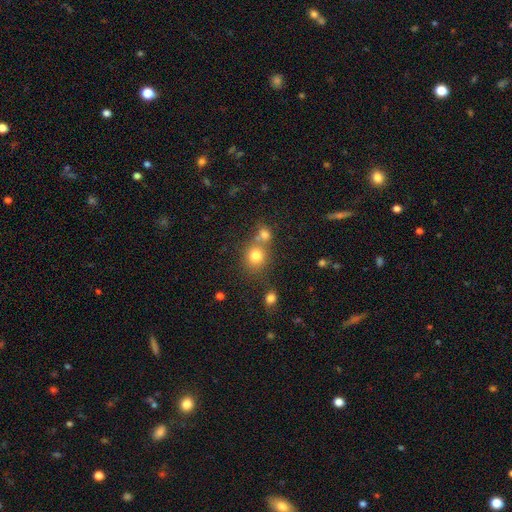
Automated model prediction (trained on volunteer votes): Smooth or featured: smooth — 78% (star or artifact — 14%)
How rounded: round — 83% (in between — 16%)
Merging: none — 57% (merger — 30%)